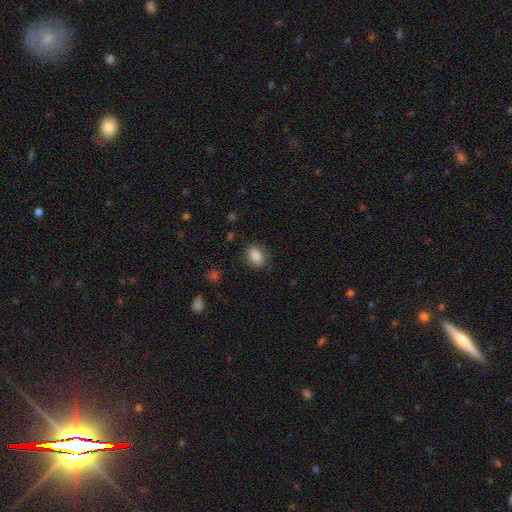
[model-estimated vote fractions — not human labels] This is clearly a smooth galaxy (85%). How rounded: clearly in between (80%). Merging: clearly none (80%).